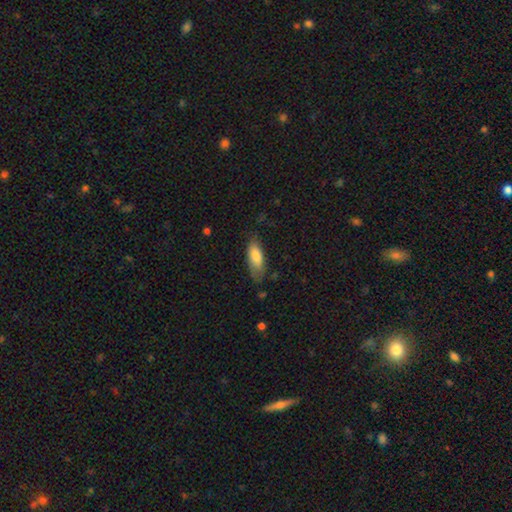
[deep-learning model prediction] Smooth or featured?
  - smooth: 81% *
  - featured or disk: 13%
  - star or artifact: 6%
How rounded?
  - in between: 71% *
  - cigar-shaped: 28%
  - round: 2%
Merging?
  - none: 66% *
  - minor disturbance: 26%
  - major disturbance: 7%
  - merger: 2%